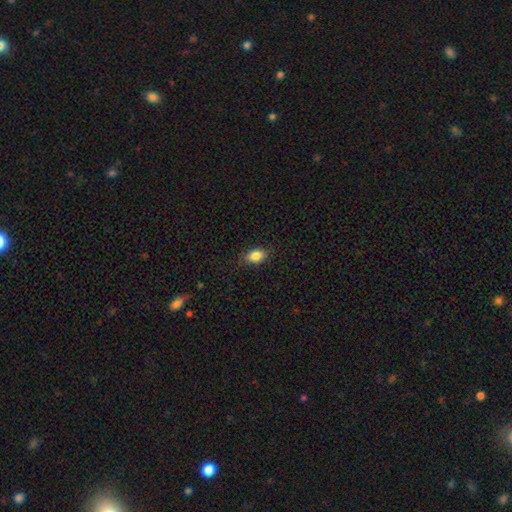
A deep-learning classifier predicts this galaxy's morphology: smooth_or_featured: smooth (p=0.85) [alt: star or artifact p=0.08]
how_rounded: in between (p=0.82) [alt: round p=0.16]
merging: none (p=0.83) [alt: minor disturbance p=0.13]